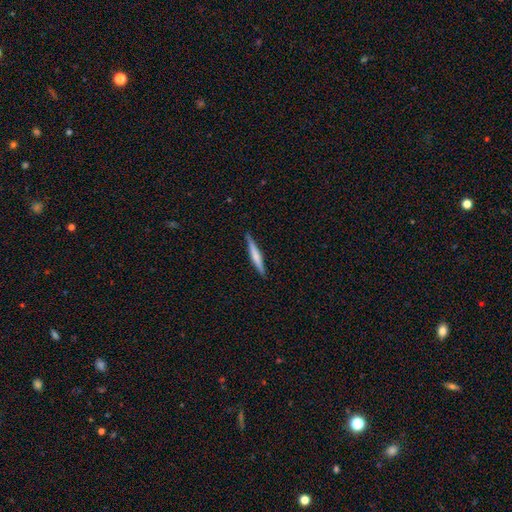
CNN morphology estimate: Q: Smooth or featured?
A: smooth (54%); runner-up: featured or disk (41%)
Q: How rounded?
A: cigar-shaped (95%); runner-up: in between (4%)
Q: Merging?
A: none (89%); runner-up: minor disturbance (9%)